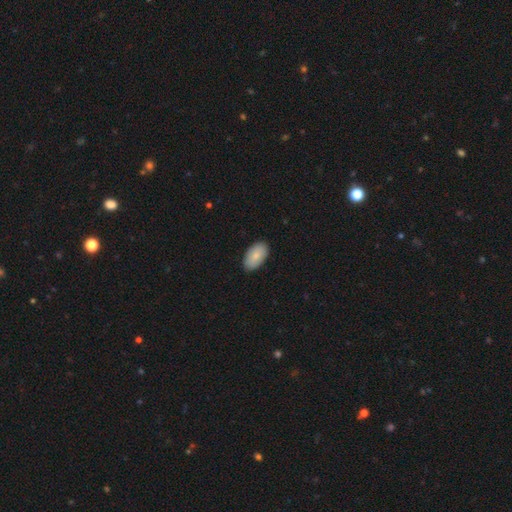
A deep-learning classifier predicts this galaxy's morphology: type=smooth (84%); roundness=in between (95%); merging=none (88%).